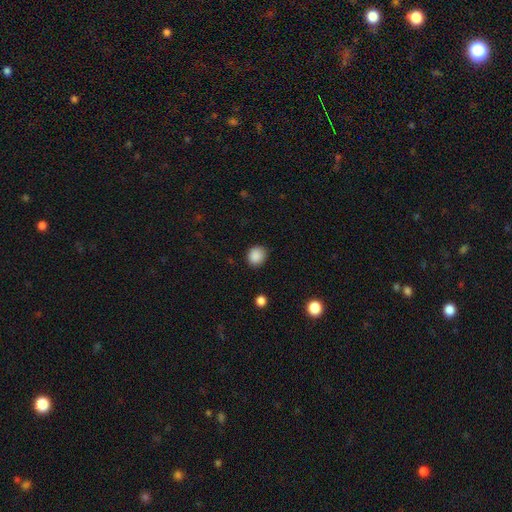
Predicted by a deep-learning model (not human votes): The model was most divided on "how rounded": round: 78%, in between: 21%, cigar-shaped: 1%. More confident: smooth or featured — smooth (88%); merging — none (86%).